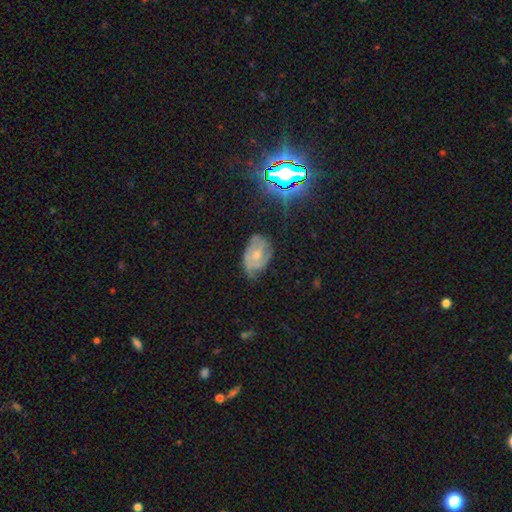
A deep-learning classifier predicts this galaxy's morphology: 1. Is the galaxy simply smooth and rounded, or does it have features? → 59% featured or disk, 28% smooth, 12% star or artifact.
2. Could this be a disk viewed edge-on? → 96% no, 4% yes.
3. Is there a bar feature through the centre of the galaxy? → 76% no, 21% weak, 3% strong.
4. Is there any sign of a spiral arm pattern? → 80% yes, 20% no.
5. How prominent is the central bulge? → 46% small, 43% moderate, 7% none, 2% large, 1% dominant.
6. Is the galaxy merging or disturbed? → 50% none, 34% minor disturbance, 14% major disturbance, 2% merger.